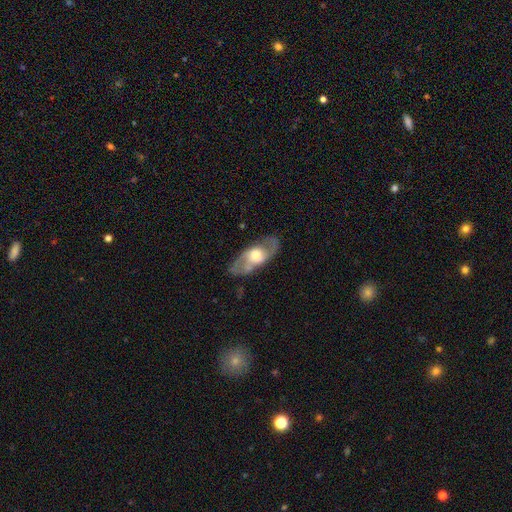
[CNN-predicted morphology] featured or disk 70%, smooth 24%, star or artifact 5%. Down the decision tree: edge-on disk — no (83%); bar — no (67%); spiral arms — yes (71%); bulge size — moderate (45%); merging — none (77%).